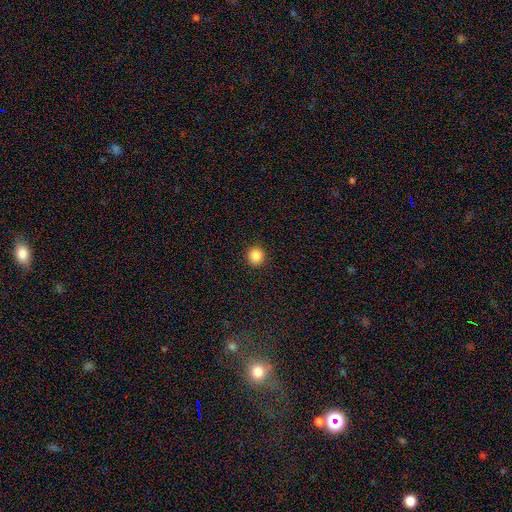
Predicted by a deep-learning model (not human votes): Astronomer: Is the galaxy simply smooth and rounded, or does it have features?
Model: smooth — 86%.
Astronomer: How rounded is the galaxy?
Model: round — 94%.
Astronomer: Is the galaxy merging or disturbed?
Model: none — 92%.